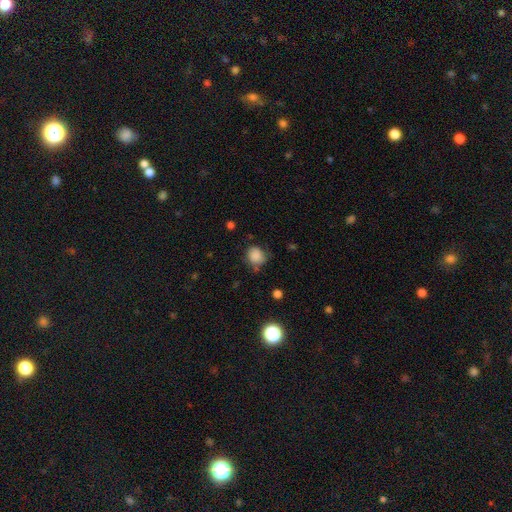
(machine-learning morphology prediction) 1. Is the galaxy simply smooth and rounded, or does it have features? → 84% smooth, 10% star or artifact, 6% featured or disk.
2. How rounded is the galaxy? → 77% round, 22% in between, 1% cigar-shaped.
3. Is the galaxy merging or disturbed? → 64% none, 26% minor disturbance, 7% major disturbance, 3% merger.